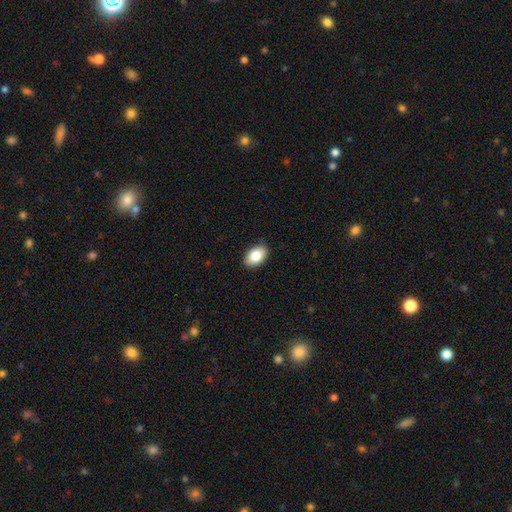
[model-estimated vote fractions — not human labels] A smooth galaxy with no disk features (85%) that is in between round and cigar-shaped (90%). Merging: none (88%).